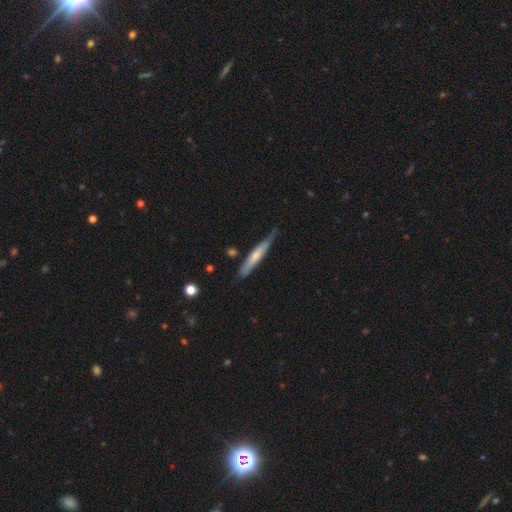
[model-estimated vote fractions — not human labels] A smooth galaxy with no disk features (56%) that is cigar-shaped (92%).

Vote fractions:
- Smooth or featured? smooth: 56% / featured or disk: 39% / star or artifact: 5%
- How rounded? cigar-shaped: 92% / in between: 6% / round: 1%
- Merging? none: 66% / minor disturbance: 26% / major disturbance: 4% / merger: 3%